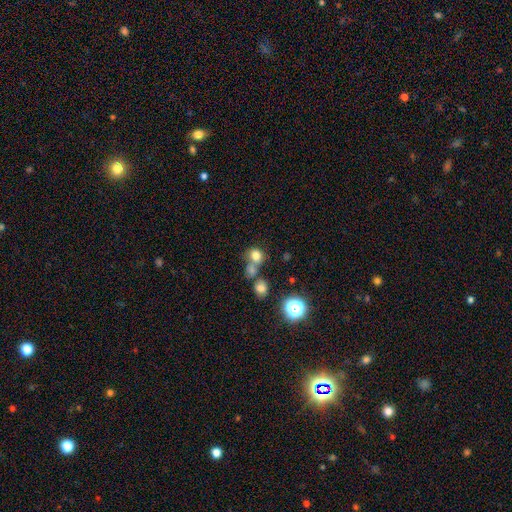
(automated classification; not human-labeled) Smooth or featured: smooth — 75% (star or artifact — 16%)
How rounded: round — 75% (in between — 24%)
Merging: none — 48% (merger — 34%)